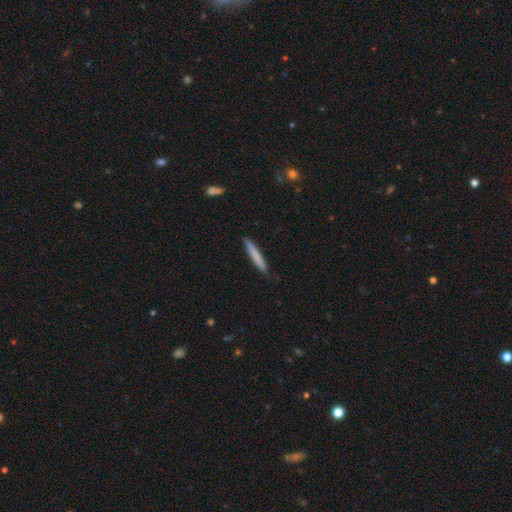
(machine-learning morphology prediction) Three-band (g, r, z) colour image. It shows a smooth galaxy with no disk features (76%) that is cigar-shaped (96%). Merging: none (88%).